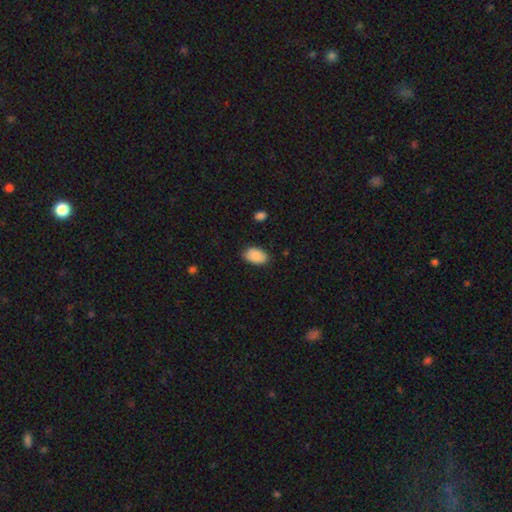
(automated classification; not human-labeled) This is clearly a smooth galaxy (89%). How rounded: clearly in between (91%). Merging: clearly none (84%).